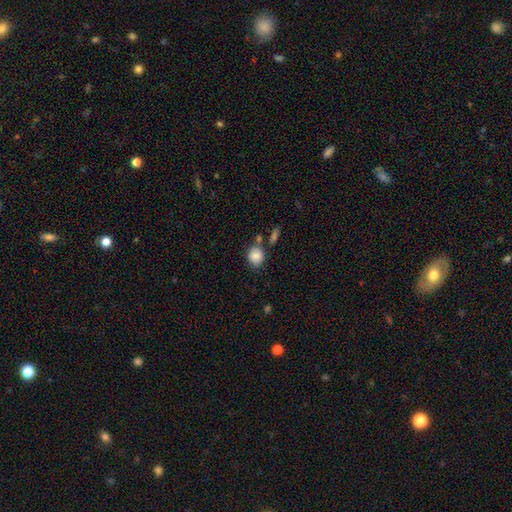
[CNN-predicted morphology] Smooth or featured: smooth — 86% (star or artifact — 8%)
How rounded: round — 66% (in between — 33%)
Merging: none — 67% (minor disturbance — 15%)